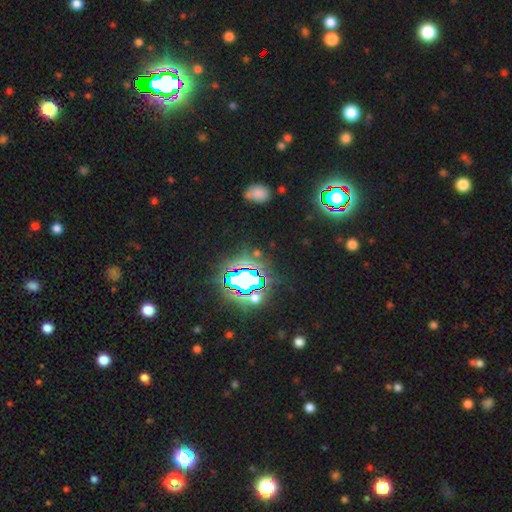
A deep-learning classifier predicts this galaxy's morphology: This appears to be a star or artifact, not a galaxy (73%).